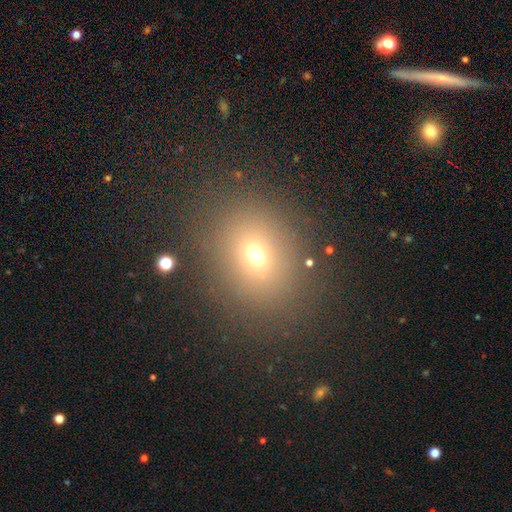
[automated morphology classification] Smooth or featured? Predicted: smooth (p=0.65). How rounded? Predicted: round (p=0.58). Merging? Predicted: none (p=0.85).